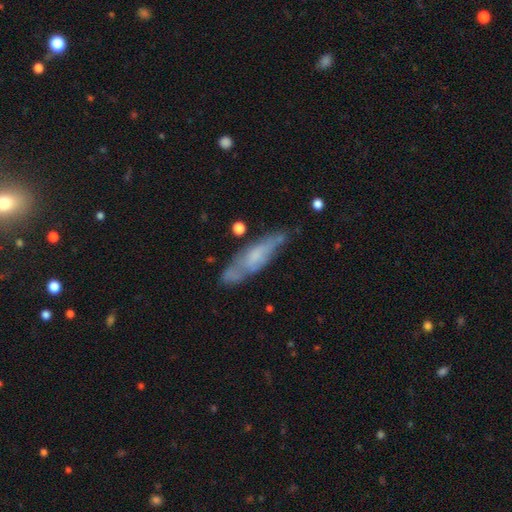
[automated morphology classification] This appears to be a featured or disk galaxy (48%). Merging: none (56%).